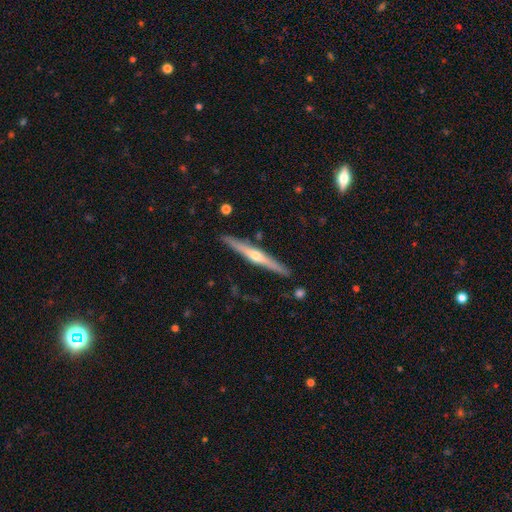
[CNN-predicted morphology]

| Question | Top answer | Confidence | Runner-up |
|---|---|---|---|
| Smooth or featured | featured or disk | 73% | smooth (22%) |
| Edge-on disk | yes | 97% | no (3%) |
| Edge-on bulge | rounded | 83% | none (13%) |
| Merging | none | 89% | minor disturbance (7%) |